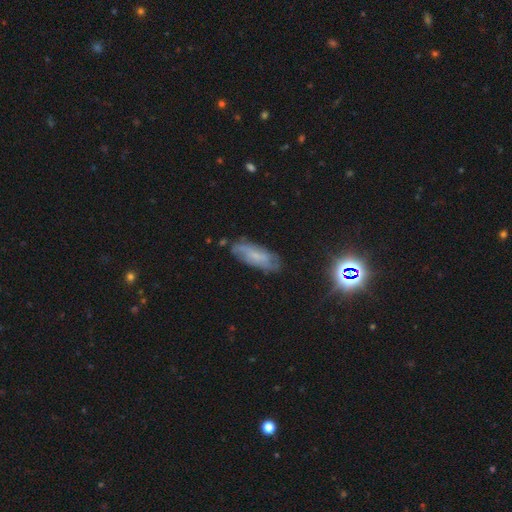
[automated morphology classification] A featured or disk galaxy (49%). Merging: none (72%).